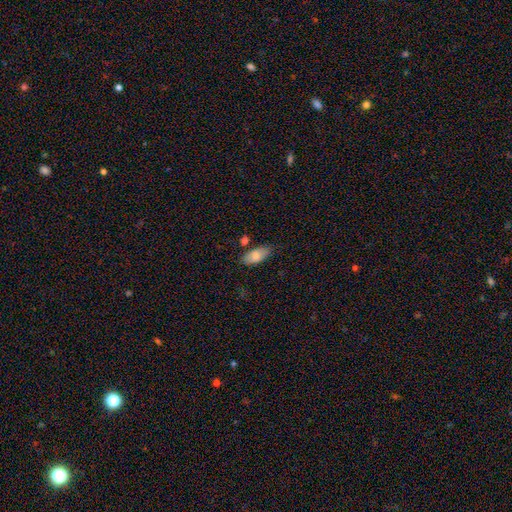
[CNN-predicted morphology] Overall: smooth (82%). How rounded: in between (90%). Merging: none (71%).